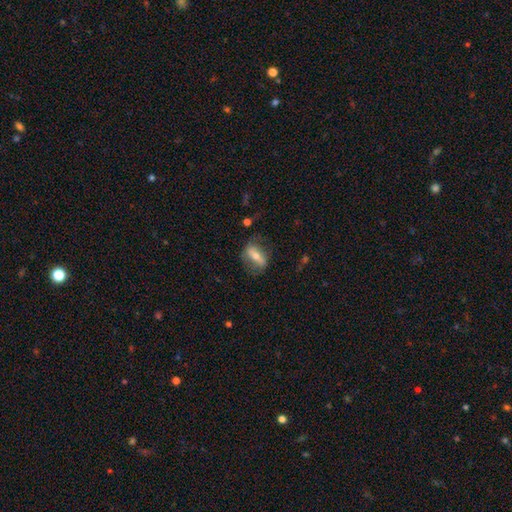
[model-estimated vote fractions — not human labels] Overall: featured or disk (51%; smooth 41%). Edge-on disk: no (78%). Merging: none (68%).